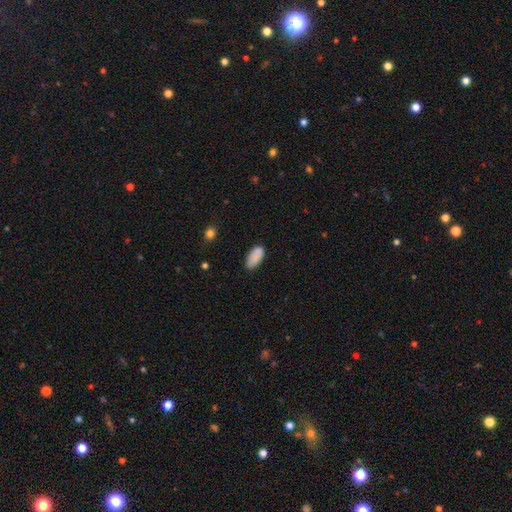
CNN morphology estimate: This appears to be a smooth galaxy with no disk features (88%) that is in between round and cigar-shaped (91%). Merging: none (77%).